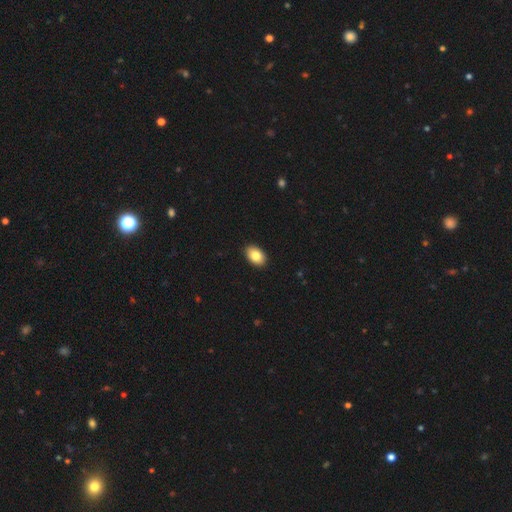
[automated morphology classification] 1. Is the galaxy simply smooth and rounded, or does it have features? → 85% smooth, 8% featured or disk, 7% star or artifact.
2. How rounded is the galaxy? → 89% in between, 10% round, 1% cigar-shaped.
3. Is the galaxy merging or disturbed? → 91% none, 6% minor disturbance, 1% major disturbance, 1% merger.